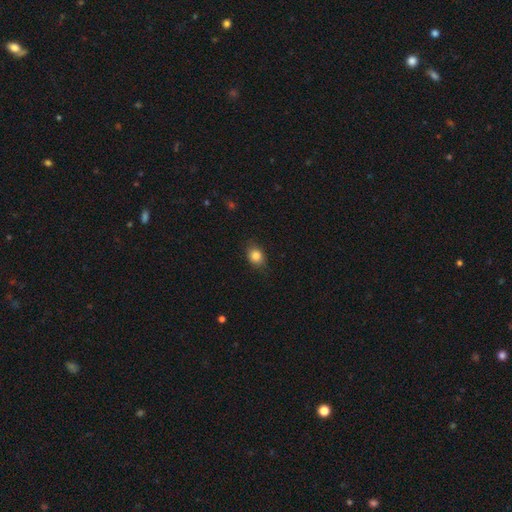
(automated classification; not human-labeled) Q: Smooth or featured?
A: smooth (84%); runner-up: star or artifact (10%)
Q: How rounded?
A: in between (52%); runner-up: round (47%)
Q: Merging?
A: none (80%); runner-up: minor disturbance (16%)